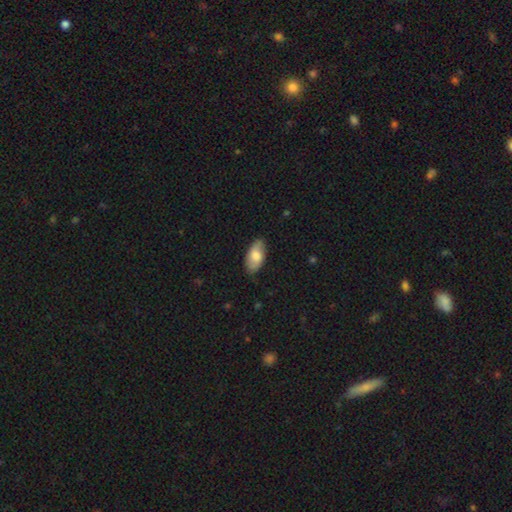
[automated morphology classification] Overall: smooth (72%). How rounded: in between (93%). Merging: none (81%).